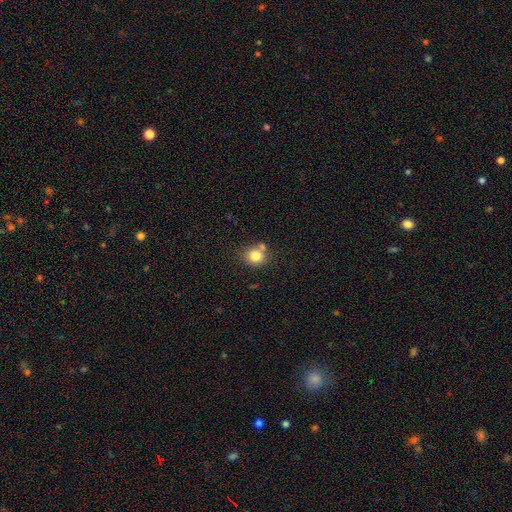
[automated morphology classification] Smooth or featured?
  - smooth: 81% *
  - star or artifact: 11%
  - featured or disk: 8%
How rounded?
  - round: 85% *
  - in between: 15%
  - cigar-shaped: 1%
Merging?
  - none: 65% *
  - merger: 20%
  - minor disturbance: 12%
  - major disturbance: 3%